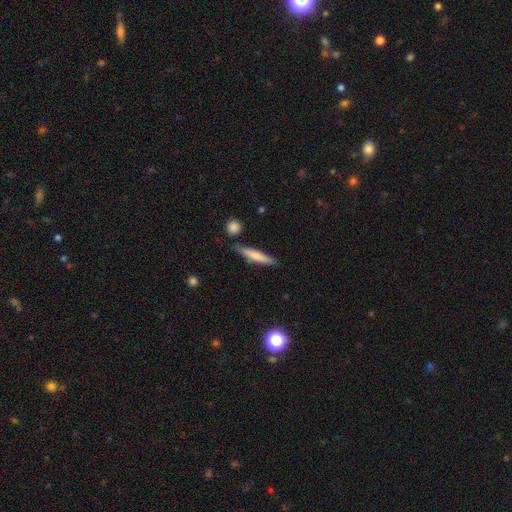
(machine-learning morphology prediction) Smooth or featured?
  - smooth: 66% *
  - featured or disk: 28%
  - star or artifact: 6%
How rounded?
  - cigar-shaped: 88% *
  - in between: 11%
  - round: 2%
Merging?
  - none: 81% *
  - minor disturbance: 13%
  - merger: 4%
  - major disturbance: 3%